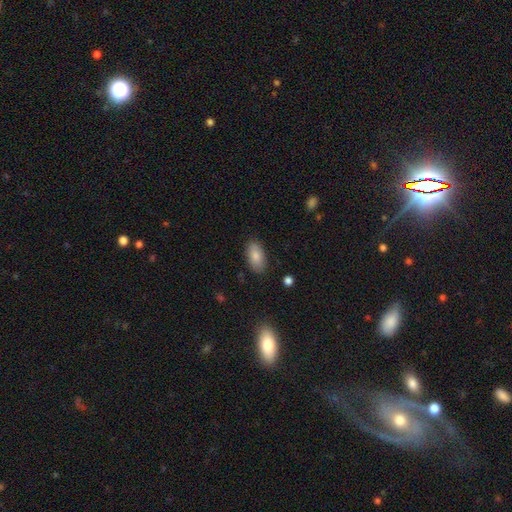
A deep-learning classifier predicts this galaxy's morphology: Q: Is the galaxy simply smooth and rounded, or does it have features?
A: smooth — 84%.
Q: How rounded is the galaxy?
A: in between — 93%.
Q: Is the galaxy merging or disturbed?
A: none — 86%.